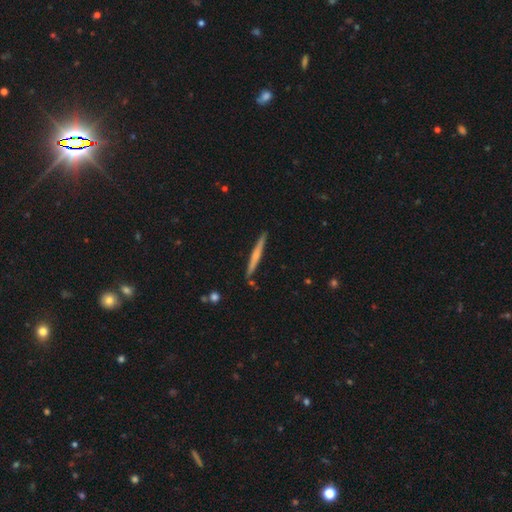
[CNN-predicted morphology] A featured or disk galaxy (50%) viewed edge-on (97%). Merging: none (90%).